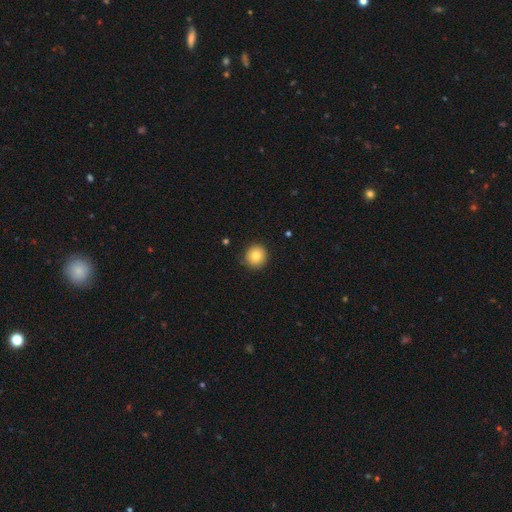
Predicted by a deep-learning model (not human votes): Overall: smooth (81%). How rounded: round (92%). Merging: none (88%).